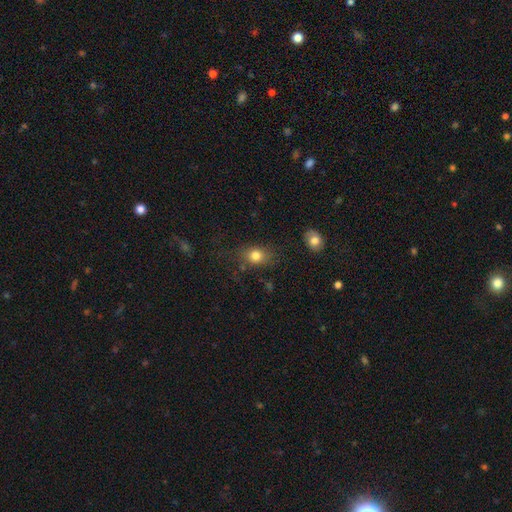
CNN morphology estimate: Smooth or featured? smooth (81%)
How rounded? in between (50%)
Merging? none (72%)